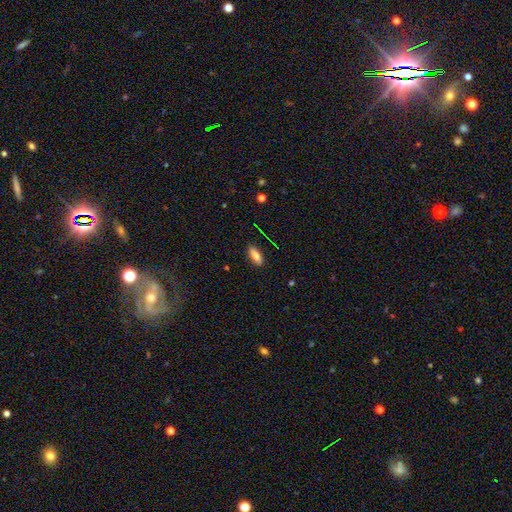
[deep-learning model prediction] This is likely a smooth galaxy (73%). How rounded: likely in between (72%). Merging: clearly none (87%).